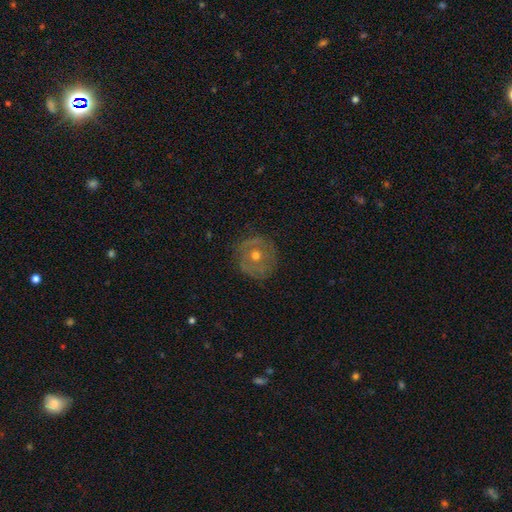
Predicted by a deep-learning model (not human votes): smooth_or_featured: featured or disk (p=0.56) [alt: smooth p=0.34]
disk_edge_on: no (p=0.95) [alt: yes p=0.05]
bar: no (p=0.85) [alt: weak p=0.11]
has_spiral_arms: no (p=0.60) [alt: yes p=0.40]
bulge_size: moderate (p=0.69) [alt: small p=0.27]
merging: none (p=0.81) [alt: minor disturbance p=0.14]